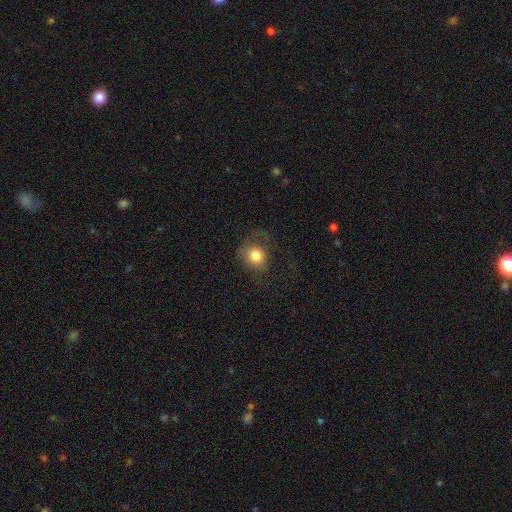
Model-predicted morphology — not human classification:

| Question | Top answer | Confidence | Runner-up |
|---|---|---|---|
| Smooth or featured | smooth | 76% | featured or disk (14%) |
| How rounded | round | 74% | in between (25%) |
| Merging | none | 45% | major disturbance (32%) |